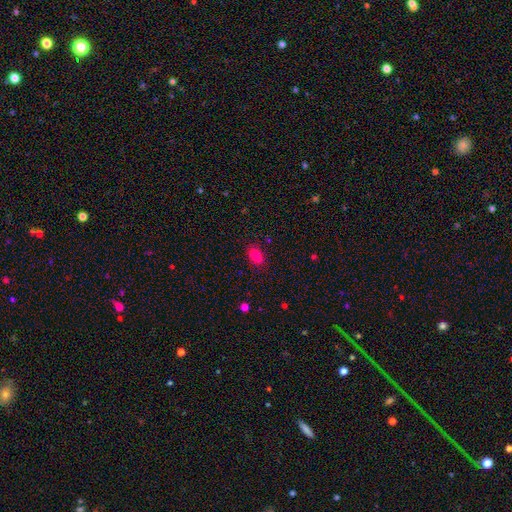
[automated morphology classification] The model was most divided on "how rounded": in between: 84%, round: 14%, cigar-shaped: 2%. More confident: merging — none (86%); smooth or featured — smooth (82%).